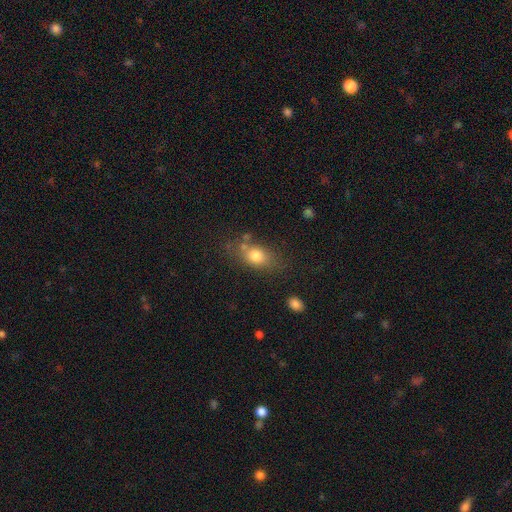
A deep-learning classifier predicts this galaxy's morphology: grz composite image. It shows a smooth galaxy with no disk features (77%) that is in between round and cigar-shaped (68%). Merging: none (65%).